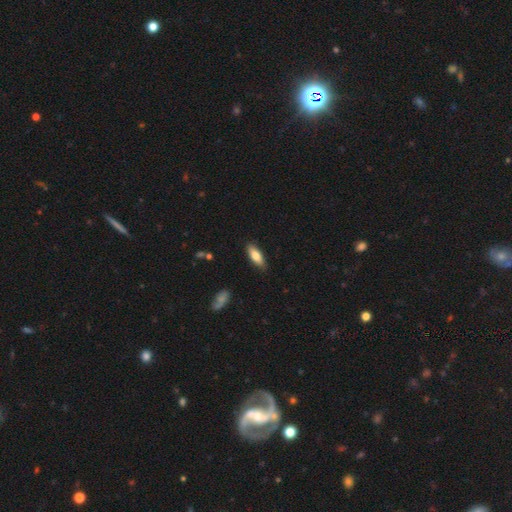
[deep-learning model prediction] Morphology: type=smooth (79%); roundness=in between (72%); merging=none (86%).